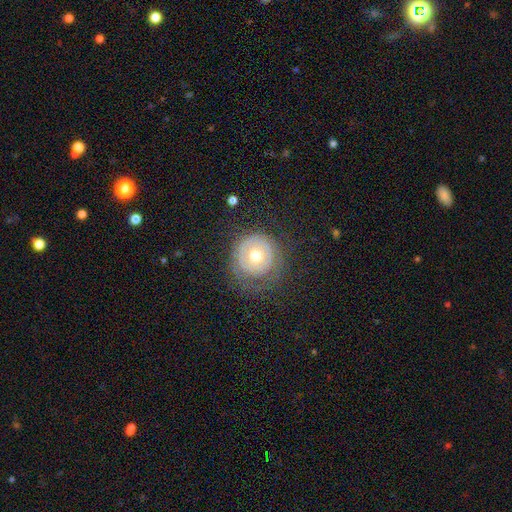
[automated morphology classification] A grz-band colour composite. It shows a featured or disk galaxy (46%, tied with smooth). Merging: none (63%).